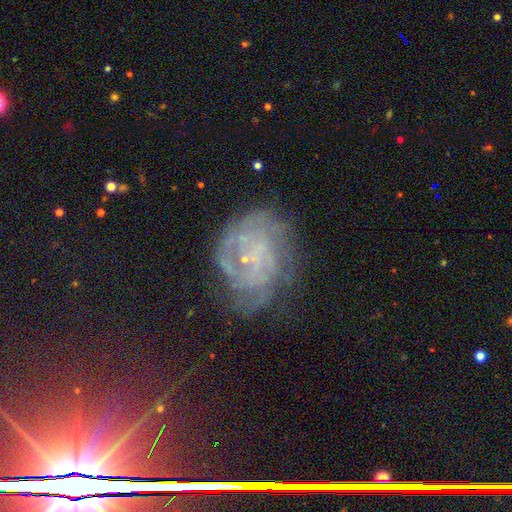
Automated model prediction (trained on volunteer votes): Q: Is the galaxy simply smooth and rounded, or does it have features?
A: featured or disk — 60%.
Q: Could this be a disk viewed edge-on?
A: no — 97%.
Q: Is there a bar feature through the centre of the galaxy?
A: no — 63%.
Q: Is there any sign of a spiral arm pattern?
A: yes — 77%.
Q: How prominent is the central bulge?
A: small — 58%.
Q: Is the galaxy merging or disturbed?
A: none — 60%.